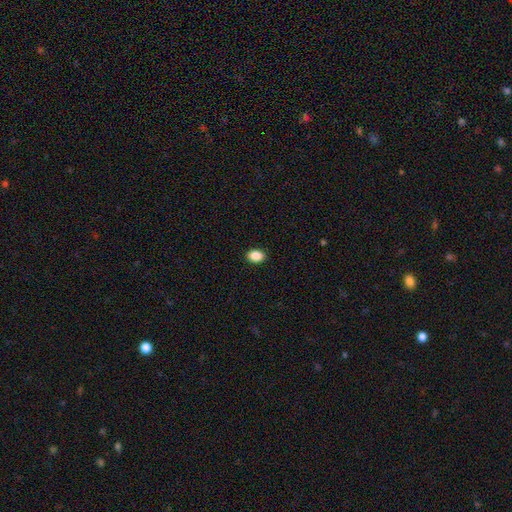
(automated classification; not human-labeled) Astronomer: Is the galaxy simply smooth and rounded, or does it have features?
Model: smooth — 88%.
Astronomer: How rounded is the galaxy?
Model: in between — 74%.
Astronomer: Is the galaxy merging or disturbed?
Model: none — 91%.